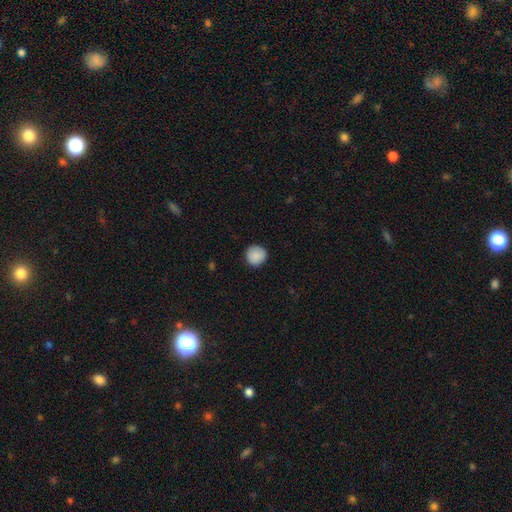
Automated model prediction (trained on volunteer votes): Smooth or featured?
  - smooth: 89% *
  - star or artifact: 7%
  - featured or disk: 4%
How rounded?
  - round: 94% *
  - in between: 5%
  - cigar-shaped: 1%
Merging?
  - none: 89% *
  - minor disturbance: 8%
  - major disturbance: 2%
  - merger: 1%